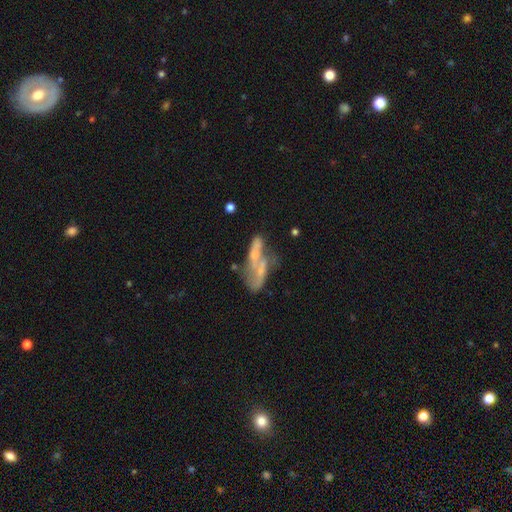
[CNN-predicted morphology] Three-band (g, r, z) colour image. It shows a featured or disk galaxy (56%). Merging: merger (41%).